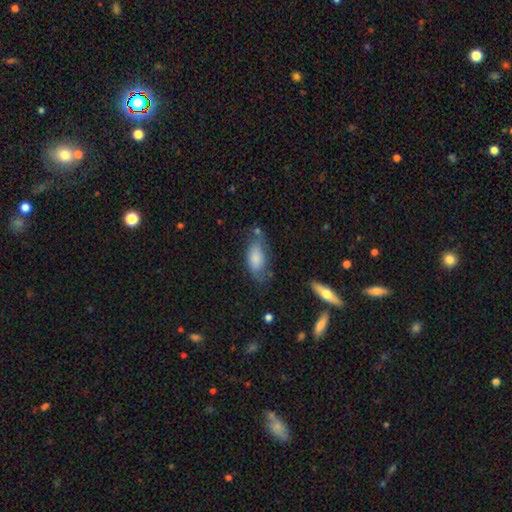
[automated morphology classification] type=smooth (68%); roundness=in between (87%); merging=none (52%).